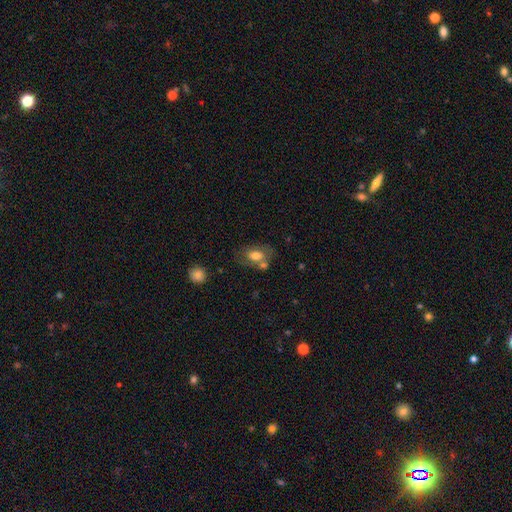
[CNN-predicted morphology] This is likely a smooth galaxy (64%). How rounded: clearly in between (82%). Merging: possibly none (48%).